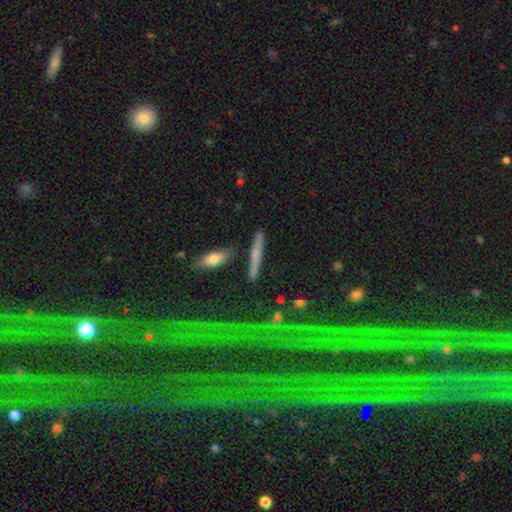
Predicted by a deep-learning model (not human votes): smooth-or-featured: smooth: 54% | featured or disk: 36% | star or artifact: 10%
  how-rounded: cigar-shaped: 87% | in between: 9% | round: 4%
  merging: none: 81% | minor disturbance: 11% | merger: 5% | major disturbance: 3%